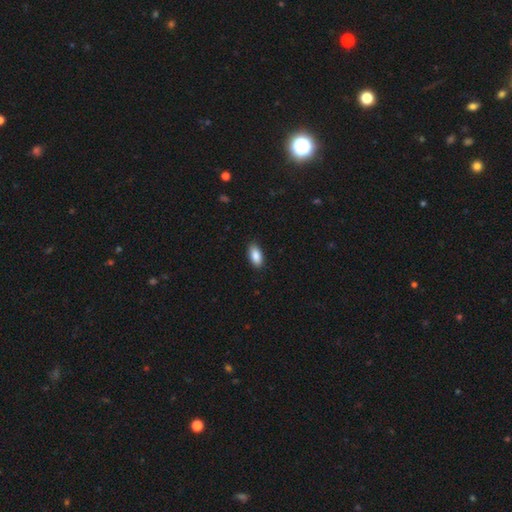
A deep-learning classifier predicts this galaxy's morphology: type=smooth (89%); roundness=in between (92%); merging=none (88%).